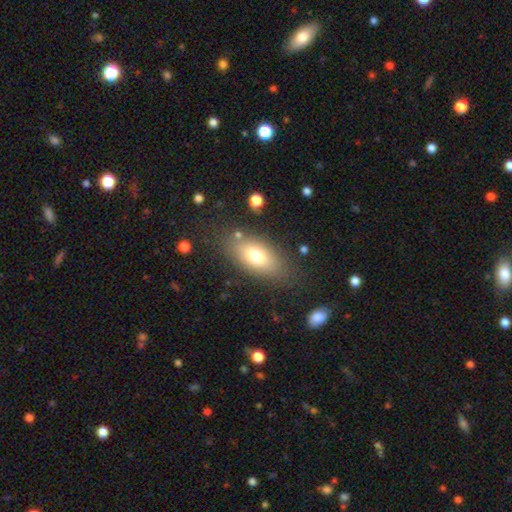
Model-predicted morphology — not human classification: type=smooth (72%); roundness=in between (86%); merging=none (78%).